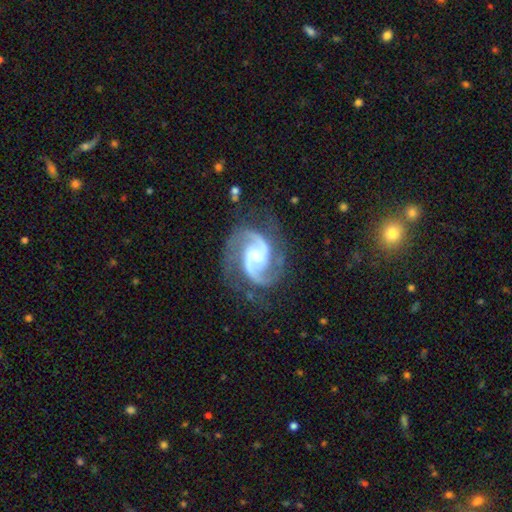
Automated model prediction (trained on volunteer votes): A featured or disk galaxy (93%) with a weak bar (46%), 2 (88%) medium (62%) spiral arms (99%) and a moderate central bulge (50%).

Vote fractions:
- Smooth or featured? featured or disk: 93% / star or artifact: 4% / smooth: 3%
- Edge-on disk? no: 98% / yes: 2%
- Bar? weak: 46% / no: 40% / strong: 14%
- Spiral arms? yes: 99% / no: 1%
- Spiral winding? medium: 62% / tight: 24% / loose: 14%
- Spiral arm count? 2: 88% / 3: 6% / can't tell: 2% / 1: 2% / 4: 1% / more than 4: 1%
- Bulge size? moderate: 50% / small: 37% / large: 7% / none: 5% / dominant: 1%
- Merging? none: 73% / minor disturbance: 17% / major disturbance: 8% / merger: 2%